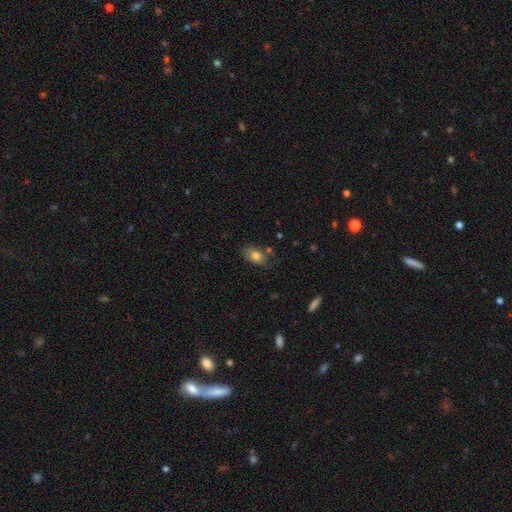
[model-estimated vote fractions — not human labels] This is likely a smooth galaxy (77%). How rounded: clearly in between (88%). Merging: likely none (62%).